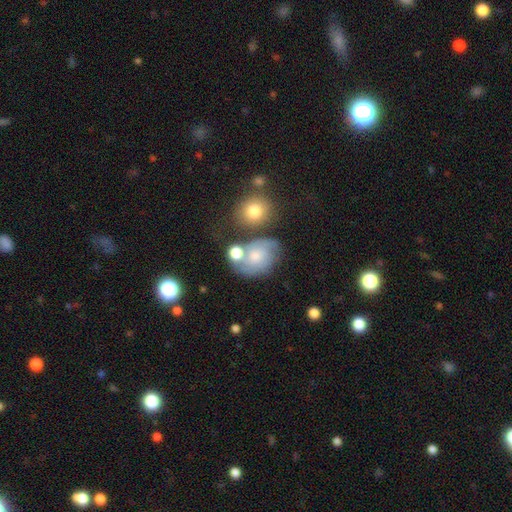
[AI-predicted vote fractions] Smooth or featured?
  - featured or disk: 52% *
  - smooth: 36%
  - star or artifact: 11%
Edge-on disk?
  - no: 97% *
  - yes: 3%
Bar?
  - no: 75% *
  - weak: 21%
  - strong: 3%
Spiral arms?
  - yes: 78% *
  - no: 22%
Bulge size?
  - moderate: 42% *
  - small: 40%
  - none: 9%
  - large: 7%
  - dominant: 2%
Merging?
  - none: 48% *
  - minor disturbance: 21%
  - merger: 19%
  - major disturbance: 12%